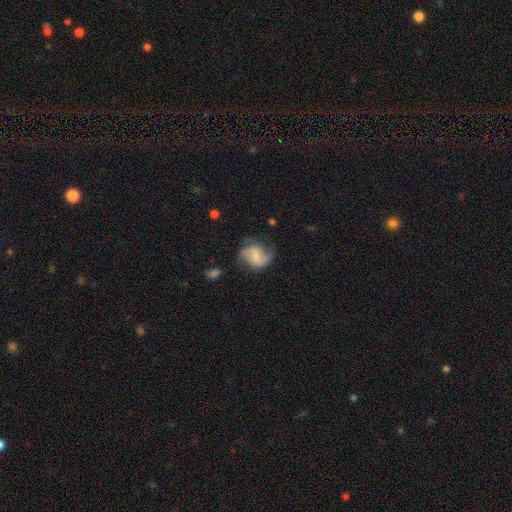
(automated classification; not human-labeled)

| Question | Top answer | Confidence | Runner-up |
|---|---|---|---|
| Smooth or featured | featured or disk | 60% | smooth (33%) |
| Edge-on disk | no | 97% | yes (3%) |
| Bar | weak | 49% | no (33%) |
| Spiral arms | yes | 88% | no (12%) |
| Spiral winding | medium | 43% | loose (41%) |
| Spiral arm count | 2 | 81% | can't tell (9%) |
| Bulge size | small | 37% | none (29%) |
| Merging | none | 60% | minor disturbance (24%) |